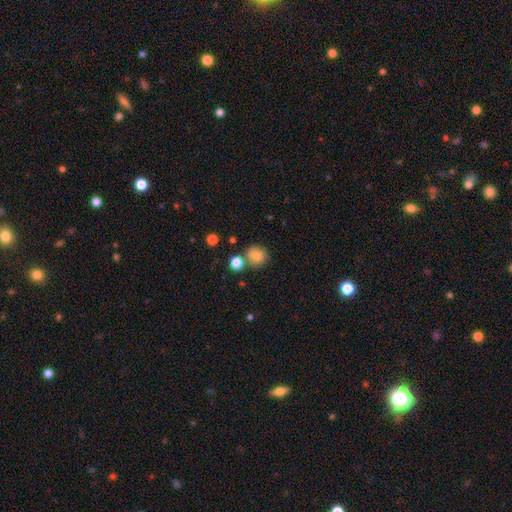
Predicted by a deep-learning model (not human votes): A smooth galaxy with no disk features (80%) that is round (87%). Merging: none (72%).